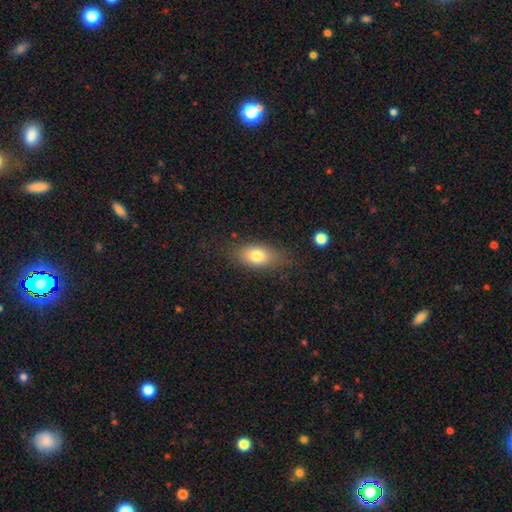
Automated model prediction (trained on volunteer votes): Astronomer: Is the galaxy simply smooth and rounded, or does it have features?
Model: smooth — 78%.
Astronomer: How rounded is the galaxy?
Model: in between — 84%.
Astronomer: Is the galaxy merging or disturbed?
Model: none — 79%.